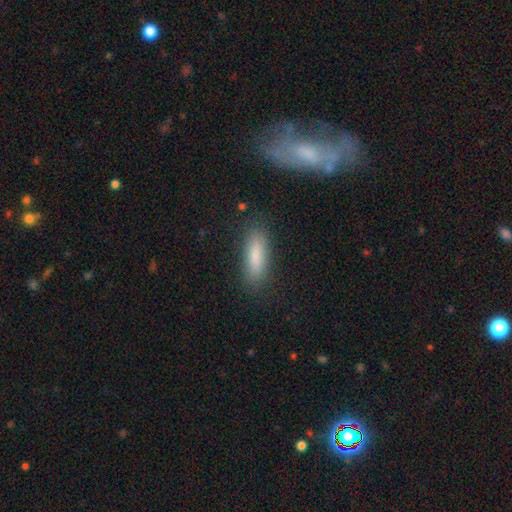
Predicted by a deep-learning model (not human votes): Q: Smooth or featured?
A: smooth (83%); runner-up: featured or disk (10%)
Q: How rounded?
A: cigar-shaped (49%); tied with: in between (49%)
Q: Merging?
A: none (84%); runner-up: minor disturbance (10%)